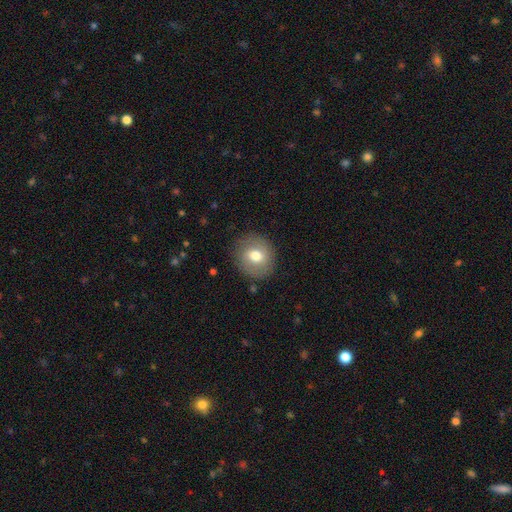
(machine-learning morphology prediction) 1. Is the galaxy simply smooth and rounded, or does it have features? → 72% smooth, 20% featured or disk, 9% star or artifact.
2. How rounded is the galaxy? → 81% round, 18% in between, 1% cigar-shaped.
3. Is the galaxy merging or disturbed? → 85% none, 10% minor disturbance, 3% major disturbance, 1% merger.